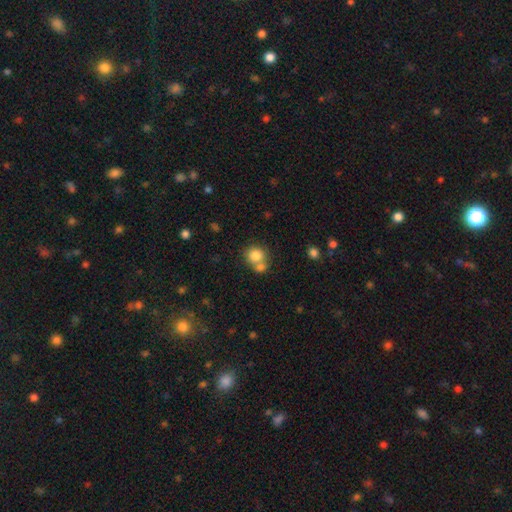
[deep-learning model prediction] Smooth or featured? smooth (81%)
How rounded? round (83%)
Merging? none (48%)